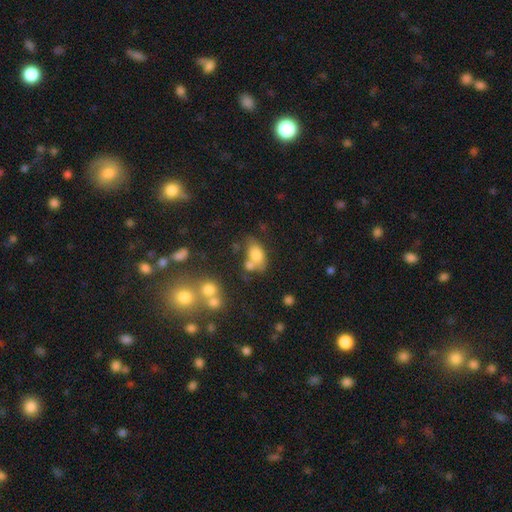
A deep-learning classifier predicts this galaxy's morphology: Smooth or featured?
  - smooth: 75% *
  - featured or disk: 15%
  - star or artifact: 11%
How rounded?
  - in between: 85% *
  - round: 13%
  - cigar-shaped: 2%
Merging?
  - none: 40% *
  - merger: 34%
  - minor disturbance: 18%
  - major disturbance: 9%